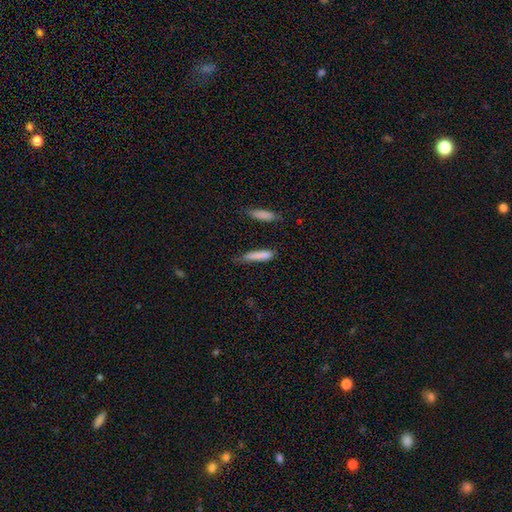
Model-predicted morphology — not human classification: A smooth galaxy with no disk features (80%) that is cigar-shaped (89%).

Vote fractions:
- Smooth or featured? smooth: 80% / featured or disk: 12% / star or artifact: 8%
- How rounded? cigar-shaped: 89% / in between: 10% / round: 2%
- Merging? none: 69% / minor disturbance: 22% / major disturbance: 5% / merger: 4%